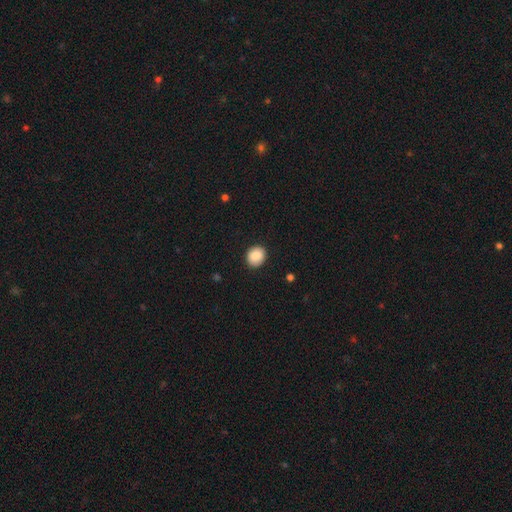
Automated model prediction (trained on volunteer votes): This is clearly a smooth galaxy (88%). How rounded: likely round (69%). Merging: clearly none (89%).